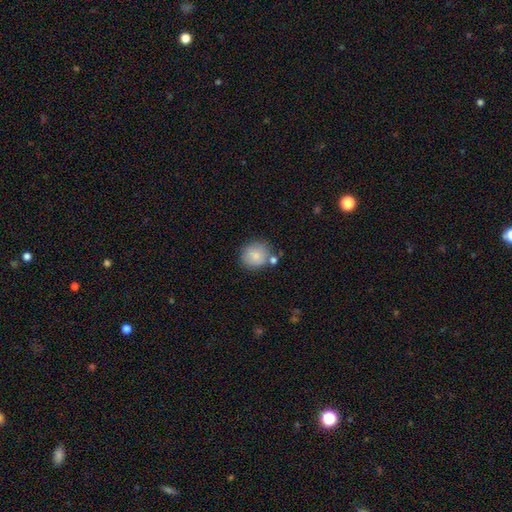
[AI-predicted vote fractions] smooth 83%, featured or disk 9%, star or artifact 8%. Down the decision tree: how rounded — round (86%); merging — none (73%).